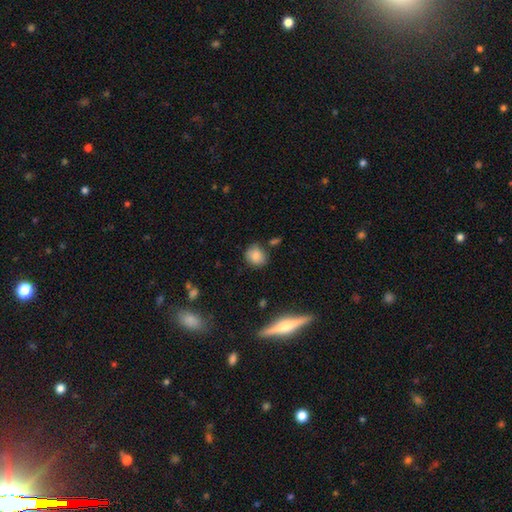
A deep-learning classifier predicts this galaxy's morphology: smooth_or_featured: smooth (p=0.82) [alt: star or artifact p=0.10]
how_rounded: round (p=0.70) [alt: in between p=0.28]
merging: none (p=0.73) [alt: minor disturbance p=0.18]